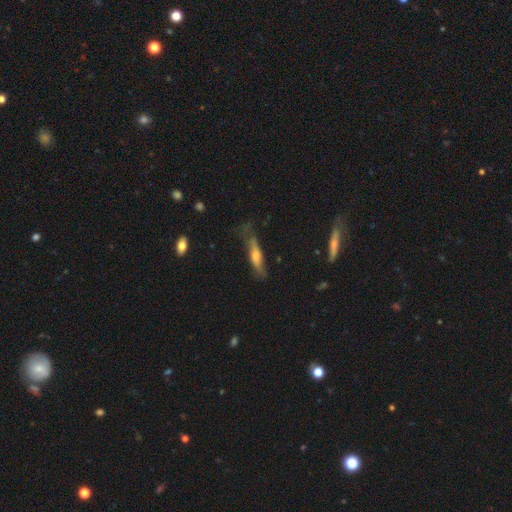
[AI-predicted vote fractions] The model was most divided on "smooth or featured": smooth: 49%, featured or disk: 43%, star or artifact: 7%. More confident: merging — none (54%).